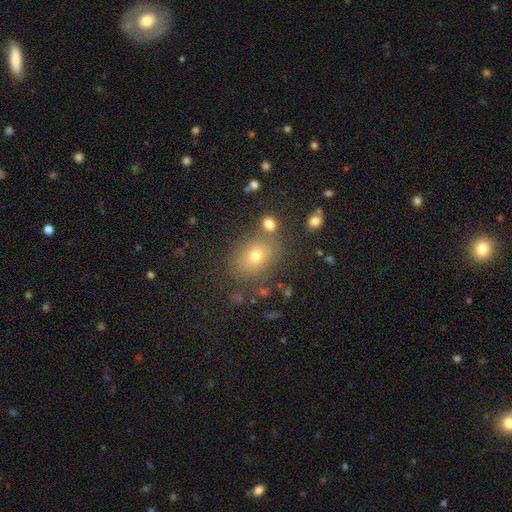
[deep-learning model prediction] The model was most divided on "how rounded": in between: 59%, round: 40%, cigar-shaped: 1%. More confident: merging — none (74%); smooth or featured — smooth (70%).